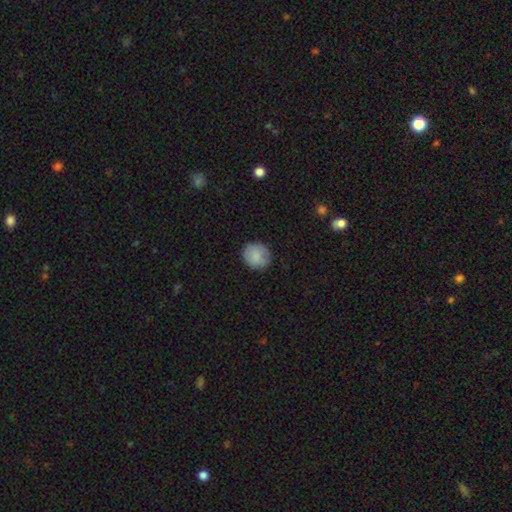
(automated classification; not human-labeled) Smooth or featured: smooth — 85% (featured or disk — 8%)
How rounded: round — 82% (in between — 17%)
Merging: none — 84% (minor disturbance — 12%)